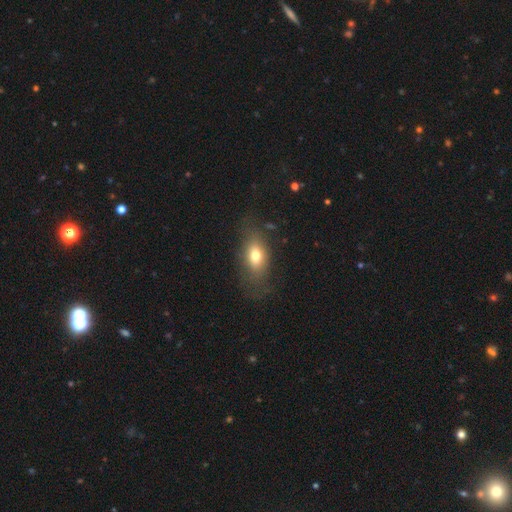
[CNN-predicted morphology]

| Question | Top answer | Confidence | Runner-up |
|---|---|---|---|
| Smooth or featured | smooth | 72% | featured or disk (18%) |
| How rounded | in between | 84% | round (10%) |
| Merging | none | 69% | minor disturbance (19%) |